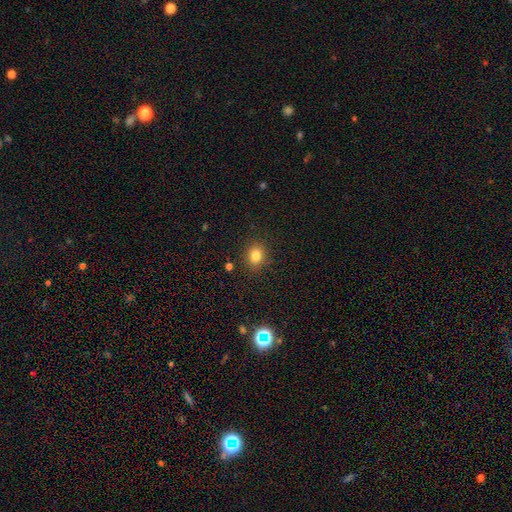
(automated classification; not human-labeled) smooth_or_featured: smooth (p=0.82) [alt: star or artifact p=0.12]
how_rounded: round (p=0.56) [alt: in between p=0.43]
merging: none (p=0.87) [alt: minor disturbance p=0.08]